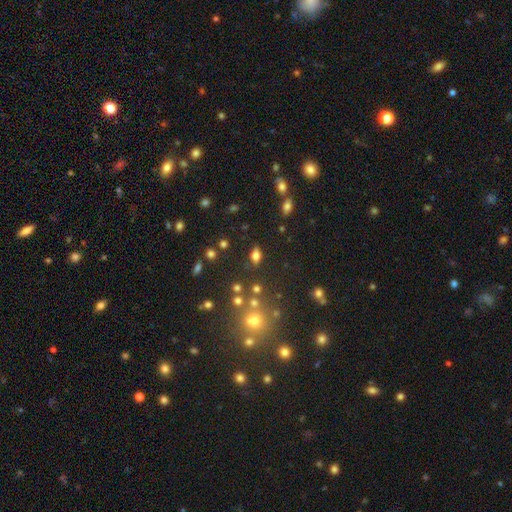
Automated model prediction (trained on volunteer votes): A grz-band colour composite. It shows a smooth galaxy with no disk features (69%) that is in between round and cigar-shaped (80%). Merging: none (78%).